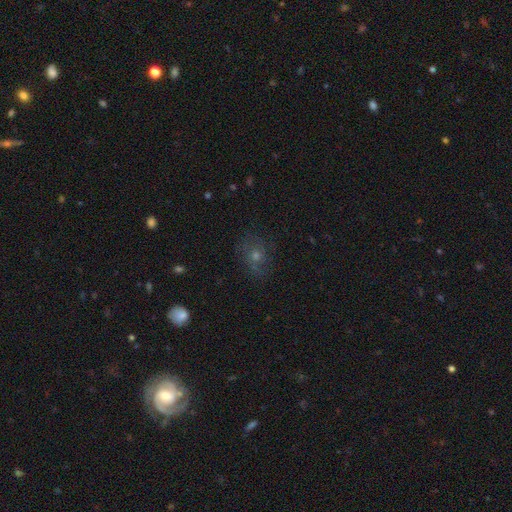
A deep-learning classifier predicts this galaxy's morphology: smooth-or-featured: smooth: 36% (tied) | featured or disk: 36% (tied) | star or artifact: 28%
  merging: none: 74% | minor disturbance: 16% | major disturbance: 8% | merger: 1%